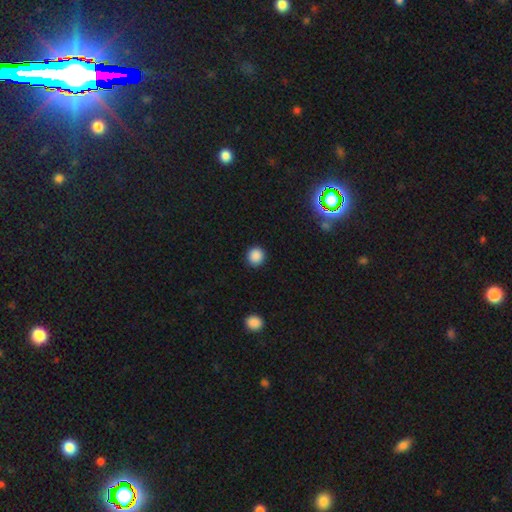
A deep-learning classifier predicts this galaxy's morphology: smooth_or_featured: smooth (p=0.87) [alt: star or artifact p=0.10]
how_rounded: round (p=0.91) [alt: in between p=0.08]
merging: none (p=0.91) [alt: minor disturbance p=0.06]